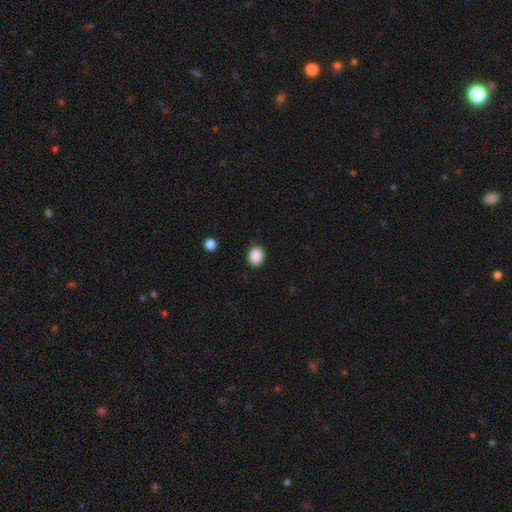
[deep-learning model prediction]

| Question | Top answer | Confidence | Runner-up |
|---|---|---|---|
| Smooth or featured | smooth | 89% | star or artifact (9%) |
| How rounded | round | 58% | in between (41%) |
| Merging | none | 89% | minor disturbance (7%) |